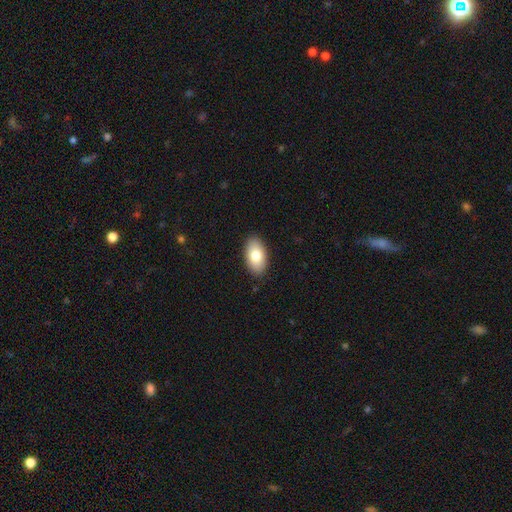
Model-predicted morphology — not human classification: type=smooth (80%); roundness=in between (94%); merging=none (89%).